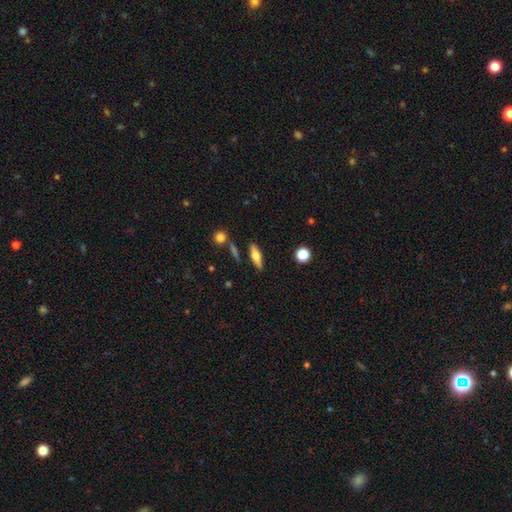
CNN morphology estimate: This is possibly a smooth galaxy (48%). Merging: clearly none (84%).